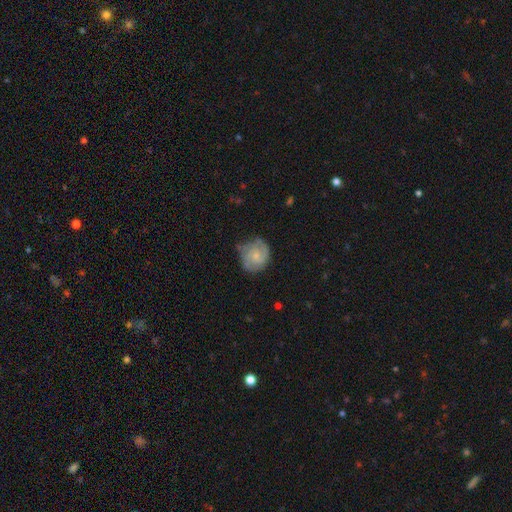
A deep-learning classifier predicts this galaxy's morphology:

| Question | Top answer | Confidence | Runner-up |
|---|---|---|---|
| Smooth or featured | featured or disk | 78% | smooth (17%) |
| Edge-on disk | no | 98% | yes (2%) |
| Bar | no | 64% | weak (31%) |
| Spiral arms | yes | 95% | no (5%) |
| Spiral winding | tight | 53% | medium (38%) |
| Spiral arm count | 2 | 61% | 3 (17%) |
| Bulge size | small | 67% | moderate (24%) |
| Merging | none | 68% | minor disturbance (23%) |